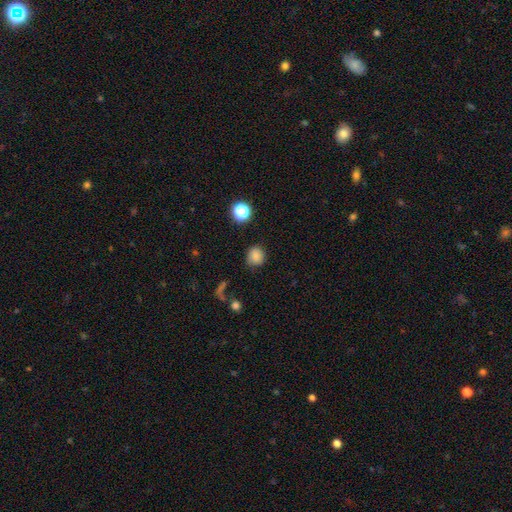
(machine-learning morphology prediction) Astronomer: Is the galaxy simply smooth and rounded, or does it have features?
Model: smooth — 81%.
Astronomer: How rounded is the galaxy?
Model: round — 85%.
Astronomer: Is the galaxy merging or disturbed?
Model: none — 81%.